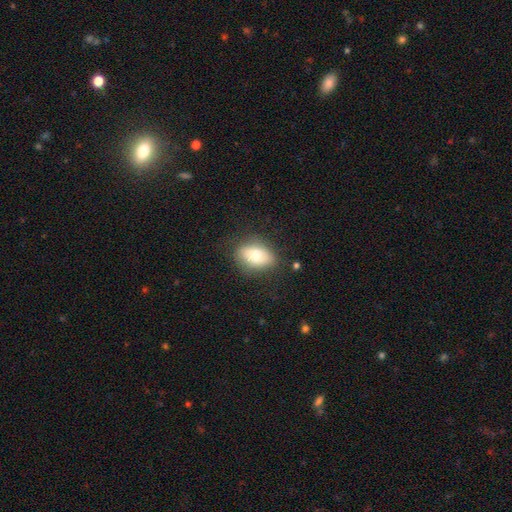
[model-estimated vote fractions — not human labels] smooth_or_featured: smooth (p=0.75) [alt: featured or disk p=0.18]
how_rounded: in between (p=0.84) [alt: round p=0.14]
merging: none (p=0.78) [alt: minor disturbance p=0.16]